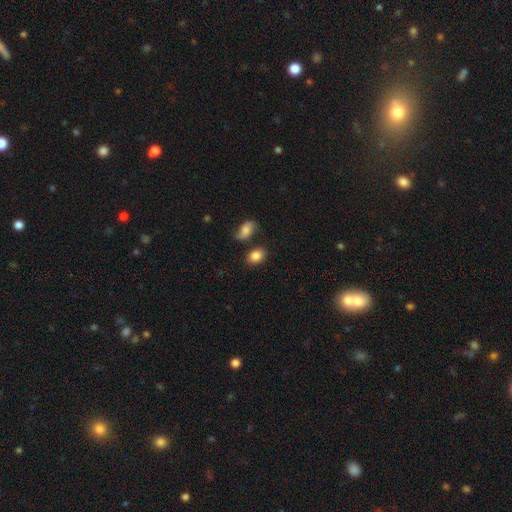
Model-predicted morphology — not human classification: Smooth or featured? Predicted: smooth (p=0.84). How rounded? Predicted: in between (p=0.80). Merging? Predicted: none (p=0.72).